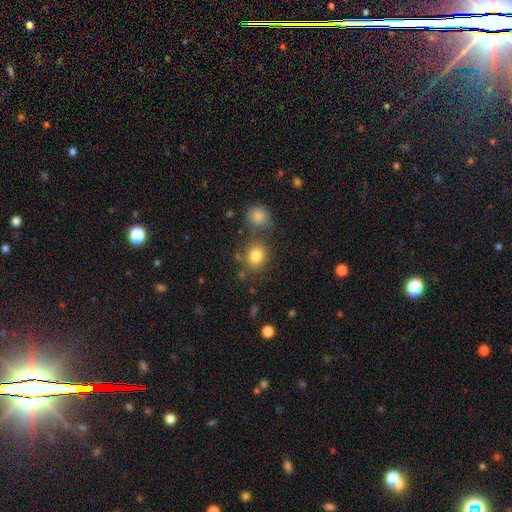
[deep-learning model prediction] Smooth or featured? Predicted: smooth (p=0.81). How rounded? Predicted: round (p=0.69). Merging? Predicted: none (p=0.68).